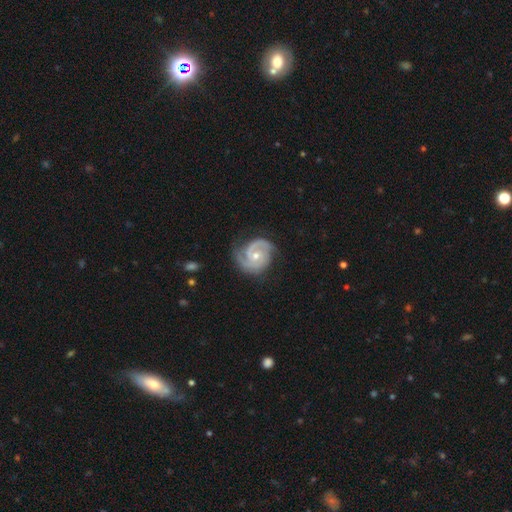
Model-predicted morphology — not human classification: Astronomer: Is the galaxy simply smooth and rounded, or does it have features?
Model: featured or disk — 90%.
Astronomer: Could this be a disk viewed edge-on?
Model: no — 98%.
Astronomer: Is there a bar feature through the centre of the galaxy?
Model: no — 67%.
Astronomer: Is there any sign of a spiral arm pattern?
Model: yes — 98%.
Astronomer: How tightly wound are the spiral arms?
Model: tight — 58% (runner-up: medium, 36%).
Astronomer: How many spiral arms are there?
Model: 2 — 73%.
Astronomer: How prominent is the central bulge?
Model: moderate — 51% (runner-up: small, 46%).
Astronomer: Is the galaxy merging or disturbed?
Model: none — 72%.